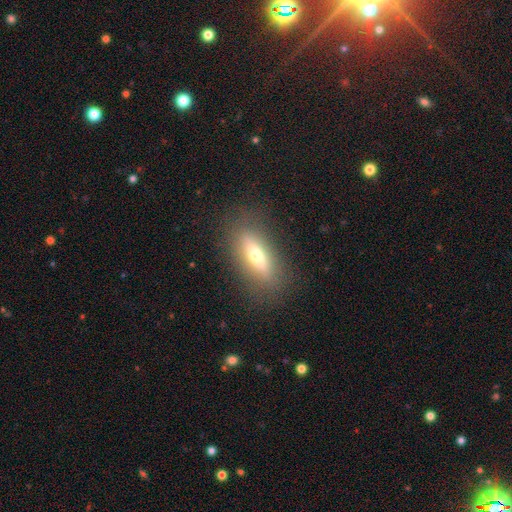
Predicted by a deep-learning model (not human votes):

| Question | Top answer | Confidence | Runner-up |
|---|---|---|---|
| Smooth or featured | smooth | 57% | featured or disk (34%) |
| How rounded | in between | 58% | cigar-shaped (38%) |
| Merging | none | 84% | minor disturbance (10%) |